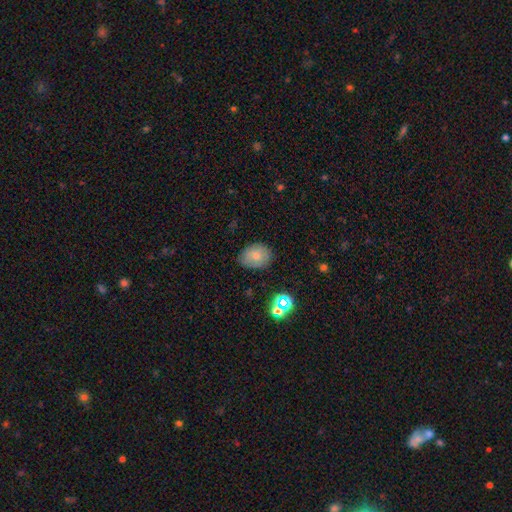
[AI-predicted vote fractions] Smooth or featured? Predicted: smooth (p=0.75). How rounded? Predicted: in between (p=0.62). Merging? Predicted: none (p=0.76).